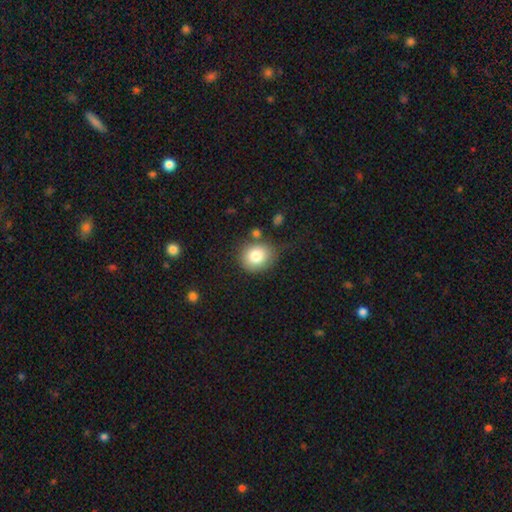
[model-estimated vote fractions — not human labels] A smooth galaxy with no disk features (80%) that is round (72%). Merging: none (72%).